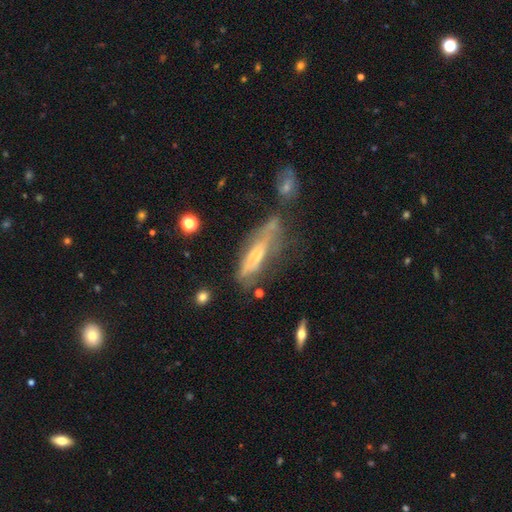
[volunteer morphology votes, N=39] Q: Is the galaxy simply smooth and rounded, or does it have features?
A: smooth — 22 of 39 (56%).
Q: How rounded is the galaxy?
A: cigar-shaped — 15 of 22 (68%).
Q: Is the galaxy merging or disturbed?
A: minor disturbance — 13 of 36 (36%).